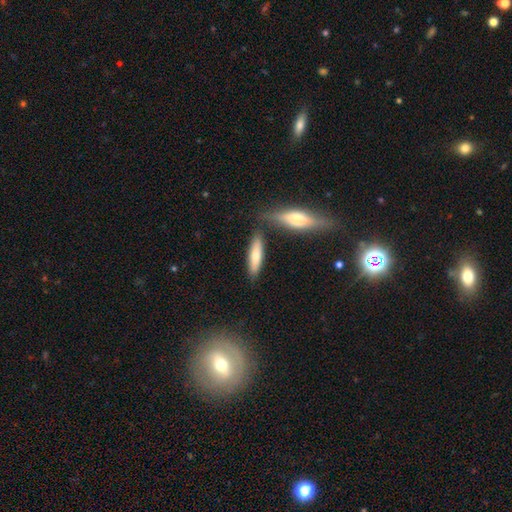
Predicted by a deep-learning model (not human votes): smooth-or-featured: smooth: 71% | featured or disk: 23% | star or artifact: 6%
  how-rounded: cigar-shaped: 68% | in between: 30% | round: 2%
  merging: none: 72% | merger: 13% | minor disturbance: 12% | major disturbance: 3%